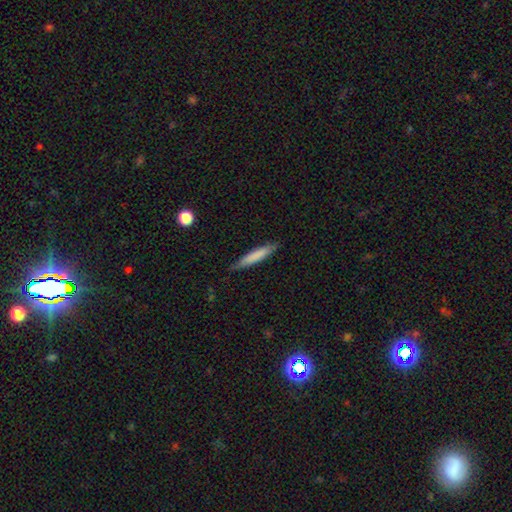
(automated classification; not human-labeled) Smooth or featured: smooth — 74% (featured or disk — 20%)
How rounded: cigar-shaped — 91% (in between — 8%)
Merging: none — 83% (minor disturbance — 14%)